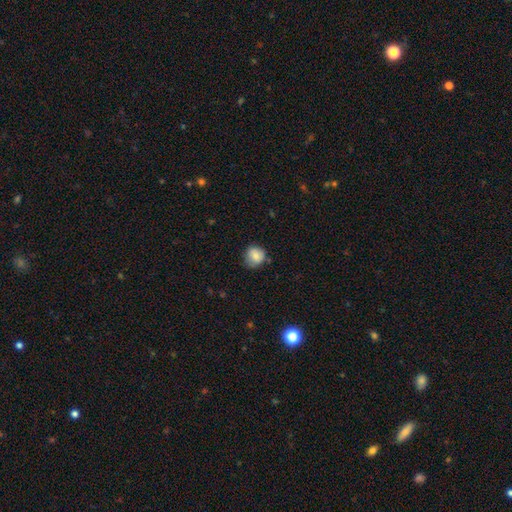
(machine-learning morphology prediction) Overall: smooth (79%). How rounded: round (83%). Merging: none (70%).